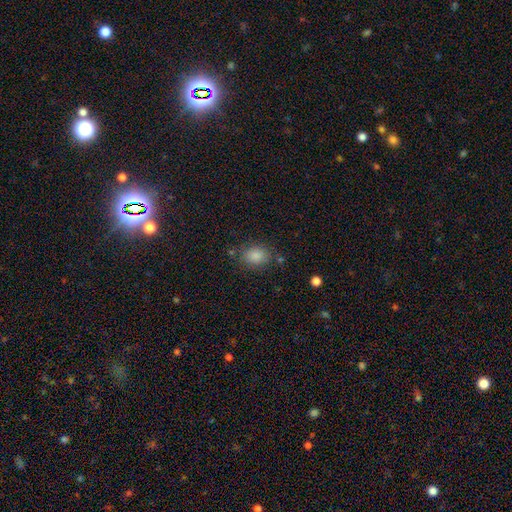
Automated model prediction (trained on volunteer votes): This appears to be a smooth galaxy with no disk features (85%) that is in between round and cigar-shaped (60%). Merging: none (77%).